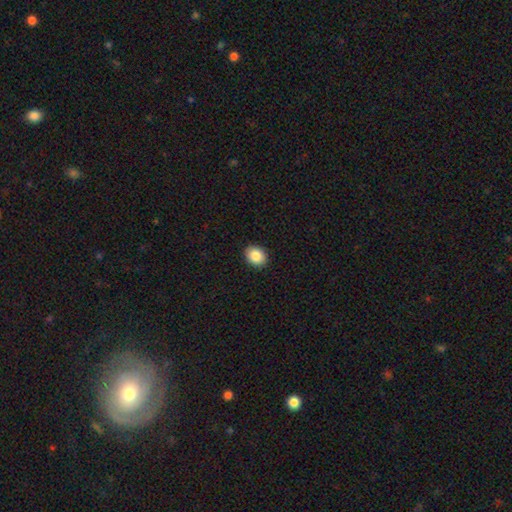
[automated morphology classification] Smooth or featured? Predicted: smooth (p=0.86). How rounded? Predicted: in between (p=0.54). Merging? Predicted: none (p=0.91).